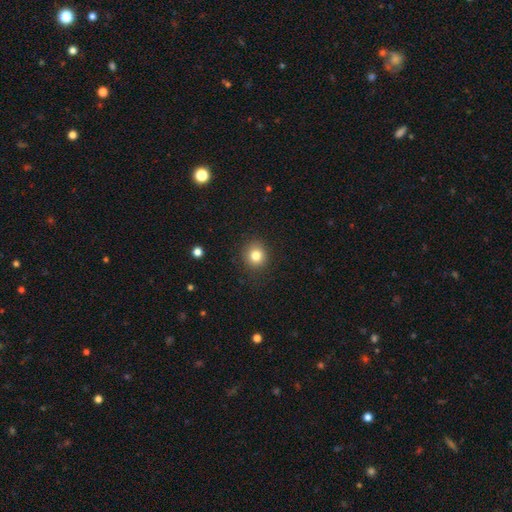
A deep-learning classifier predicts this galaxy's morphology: This is clearly a smooth galaxy (82%). How rounded: clearly round (85%). Merging: clearly none (89%).